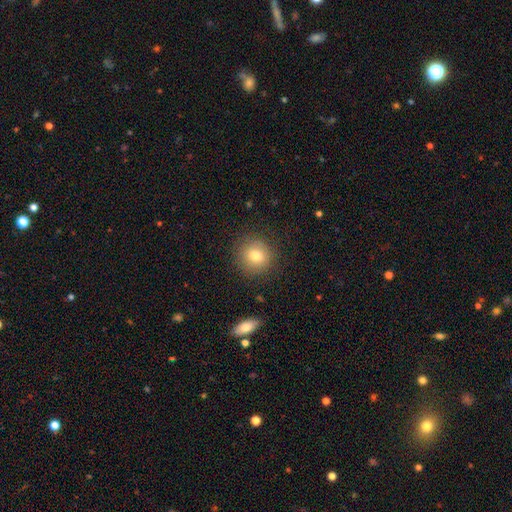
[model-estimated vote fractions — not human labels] The model was most divided on "smooth or featured": smooth: 78%, featured or disk: 11%, star or artifact: 10%. More confident: how rounded — round (90%); merging — none (86%).